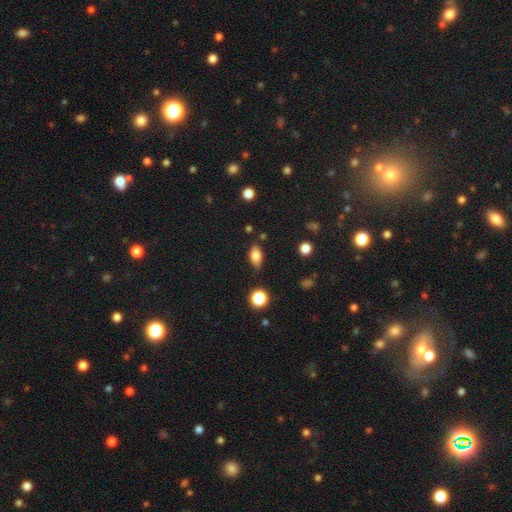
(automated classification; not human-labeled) Smooth or featured? smooth (79%)
How rounded? in between (85%)
Merging? none (80%)